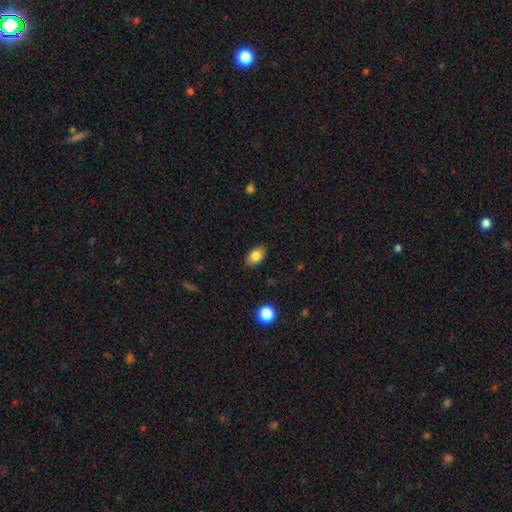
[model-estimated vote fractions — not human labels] This is clearly a smooth galaxy (82%). How rounded: clearly in between (88%). Merging: clearly none (87%).